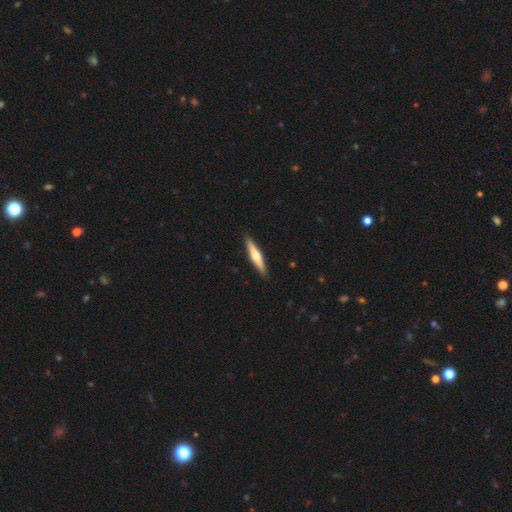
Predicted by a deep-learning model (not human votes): Smooth or featured? featured or disk (57%)
Edge-on disk? yes (96%)
Edge-on bulge? rounded (92%)
Merging? none (91%)